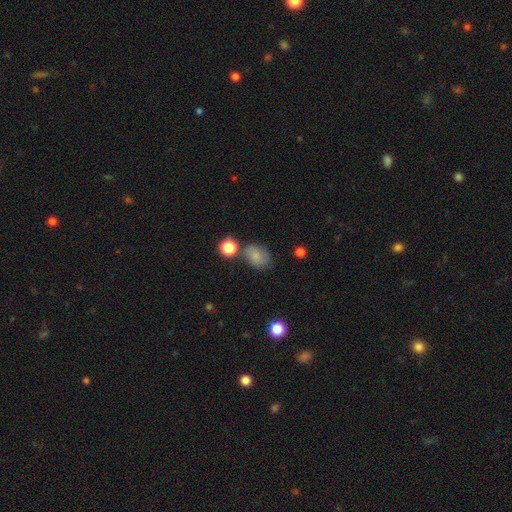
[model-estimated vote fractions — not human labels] smooth 75%, featured or disk 14%, star or artifact 11%. Down the decision tree: how rounded — in between (67%); merging — none (57%).